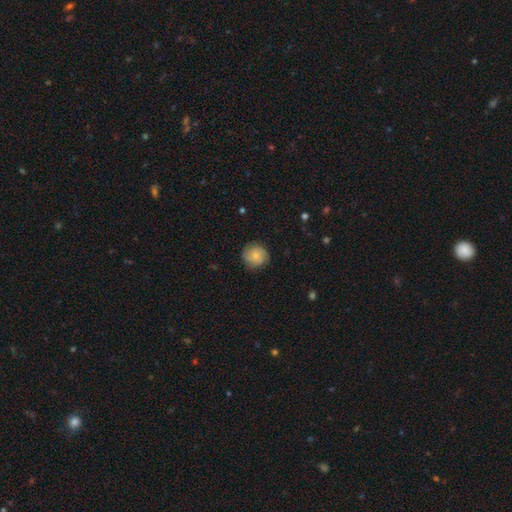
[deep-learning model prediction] Smooth or featured?
  - smooth: 73% *
  - featured or disk: 20%
  - star or artifact: 8%
How rounded?
  - round: 89% *
  - in between: 10%
  - cigar-shaped: 1%
Merging?
  - none: 81% *
  - minor disturbance: 15%
  - major disturbance: 3%
  - merger: 1%